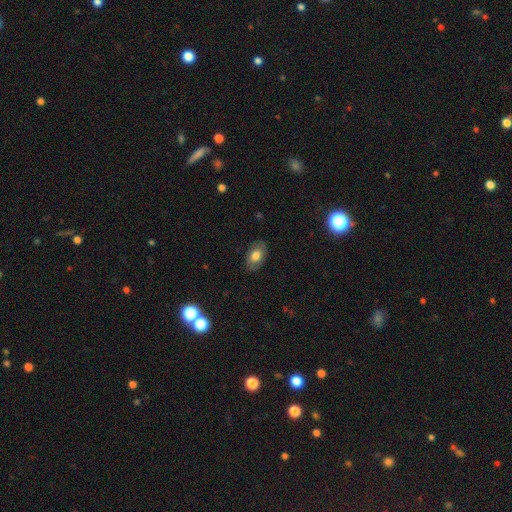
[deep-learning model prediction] Overall: smooth (70%). How rounded: in between (89%). Merging: none (83%).